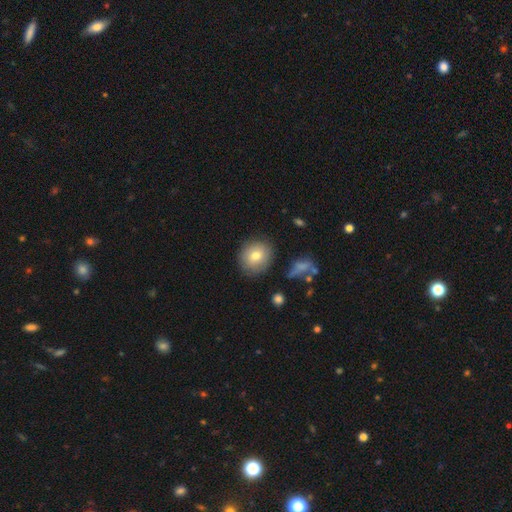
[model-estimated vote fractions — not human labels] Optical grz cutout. It shows a smooth galaxy with no disk features (75%) that is round (80%). Merging: none (82%).